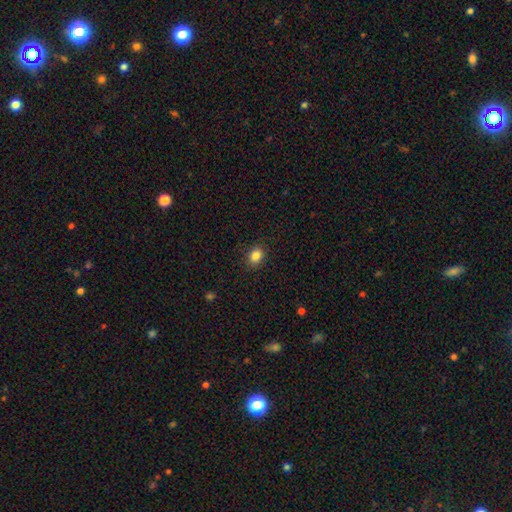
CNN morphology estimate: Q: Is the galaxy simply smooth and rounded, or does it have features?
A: smooth — 85%.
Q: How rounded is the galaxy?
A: round — 54%.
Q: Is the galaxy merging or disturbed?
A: none — 88%.